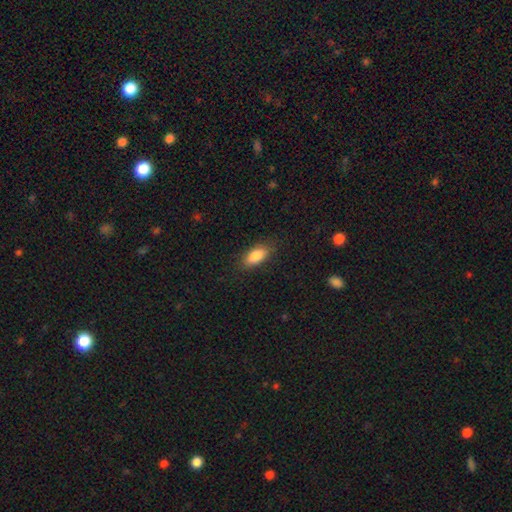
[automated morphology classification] smooth 86%, featured or disk 7%, star or artifact 7%. Down the decision tree: how rounded — in between (86%); merging — none (85%).